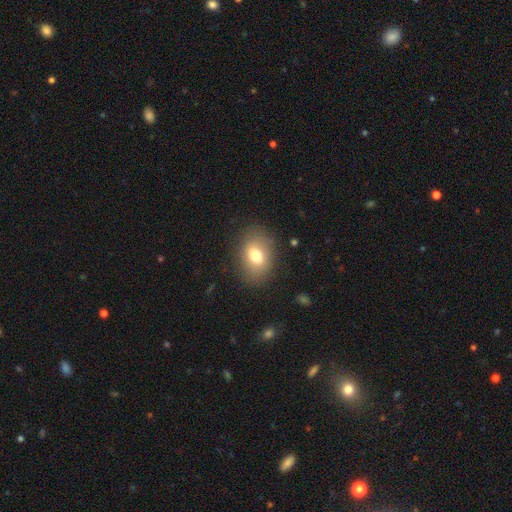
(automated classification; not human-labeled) This appears to be a smooth galaxy with no disk features (72%) that is in between round and cigar-shaped (73%). Merging: none (83%).